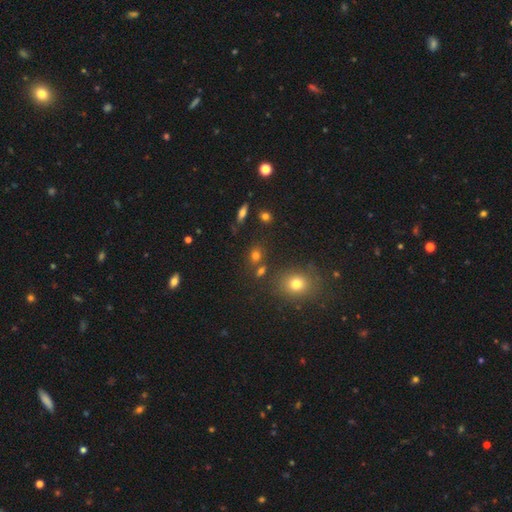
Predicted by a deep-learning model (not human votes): This is likely a smooth galaxy (68%). How rounded: likely round (63%). Merging: likely none (71%).